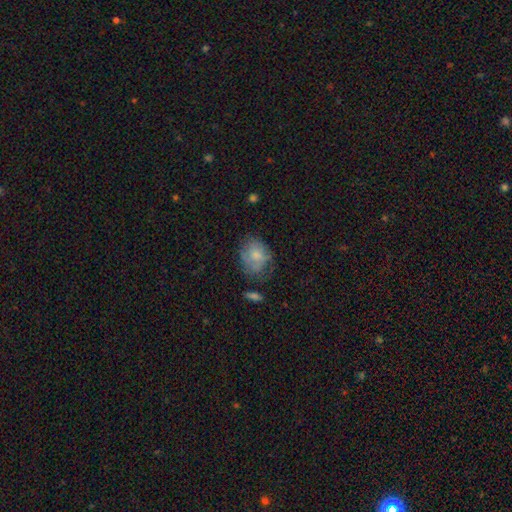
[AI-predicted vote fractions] Morphology: type=smooth (66%); roundness=round (55%); merging=none (50%).